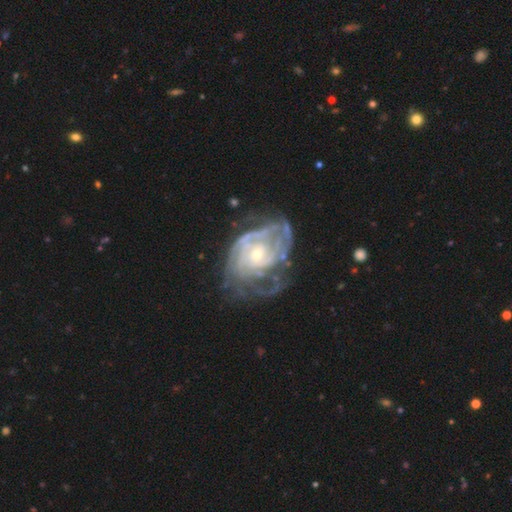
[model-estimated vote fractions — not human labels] Morphology: type=featured or disk (86%); edge-on=no (97%); bar=no (71%); spiral arms=yes (91%); winding=tight (66%); arm count=can't tell (43%); bulge=small (56%); merging=none (52%).